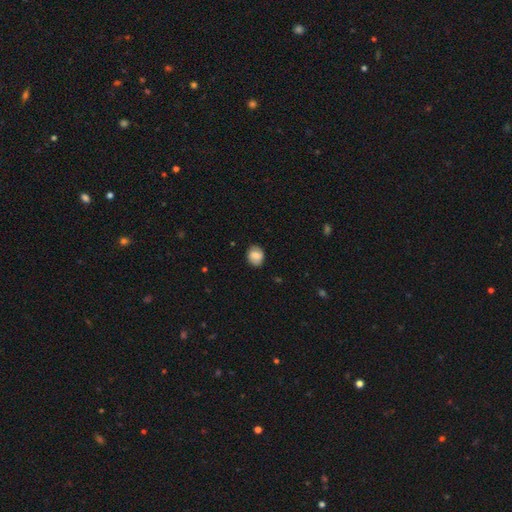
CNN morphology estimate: This is likely a smooth galaxy (77%). How rounded: possibly round (53%). Merging: clearly none (82%).